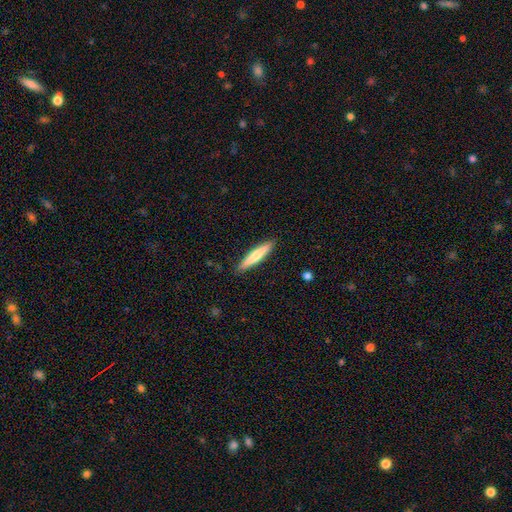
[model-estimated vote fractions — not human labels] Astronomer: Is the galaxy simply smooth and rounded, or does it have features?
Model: smooth — 66%.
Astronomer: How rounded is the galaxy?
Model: cigar-shaped — 91%.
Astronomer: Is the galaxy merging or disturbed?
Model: none — 90%.